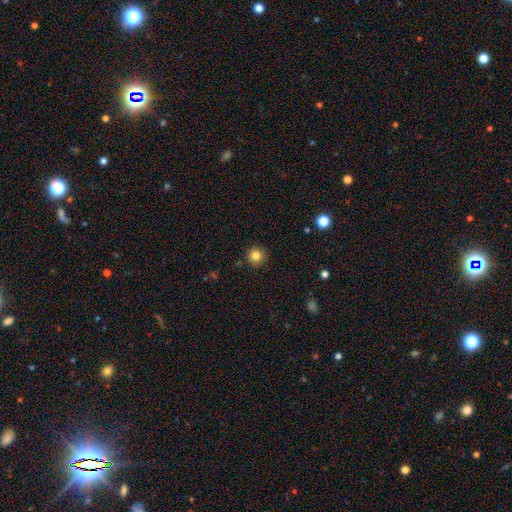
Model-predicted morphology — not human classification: smooth-or-featured: smooth: 82% | star or artifact: 12% | featured or disk: 6%
  how-rounded: round: 95% | in between: 4% | cigar-shaped: 1%
  merging: none: 91% | minor disturbance: 6% | major disturbance: 2% | merger: 1%